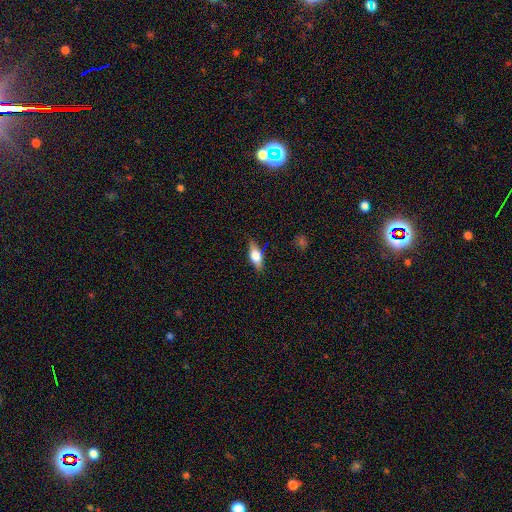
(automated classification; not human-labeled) smooth_or_featured: smooth (p=0.55) [alt: featured or disk p=0.37]
how_rounded: in between (p=0.69) [alt: cigar-shaped p=0.25]
merging: none (p=0.81) [alt: minor disturbance p=0.14]